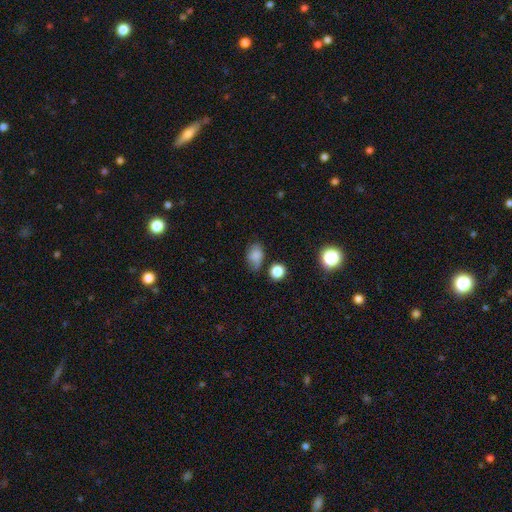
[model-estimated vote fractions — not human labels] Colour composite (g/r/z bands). It shows a smooth galaxy with no disk features (76%) that is in between round and cigar-shaped (79%). Merging: none (53%).